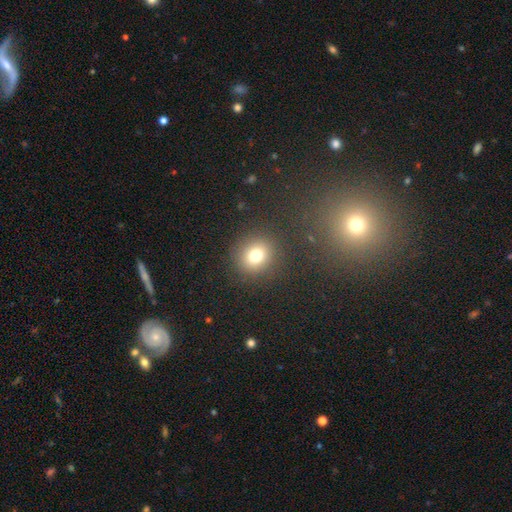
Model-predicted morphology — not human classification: smooth_or_featured: smooth (p=0.76) [alt: star or artifact p=0.15]
how_rounded: round (p=0.83) [alt: in between p=0.16]
merging: none (p=0.87) [alt: minor disturbance p=0.07]